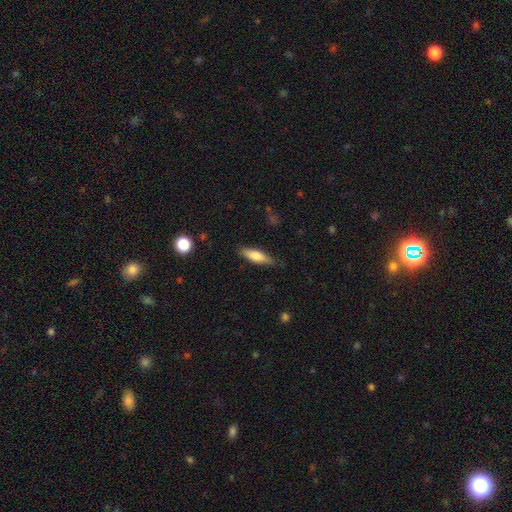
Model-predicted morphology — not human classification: A smooth galaxy with no disk features (74%) that is cigar-shaped (50%).

Vote fractions:
- Smooth or featured? smooth: 74% / featured or disk: 20% / star or artifact: 6%
- How rounded? cigar-shaped: 50% / in between: 48% / round: 2%
- Merging? none: 82% / minor disturbance: 14% / major disturbance: 3% / merger: 1%